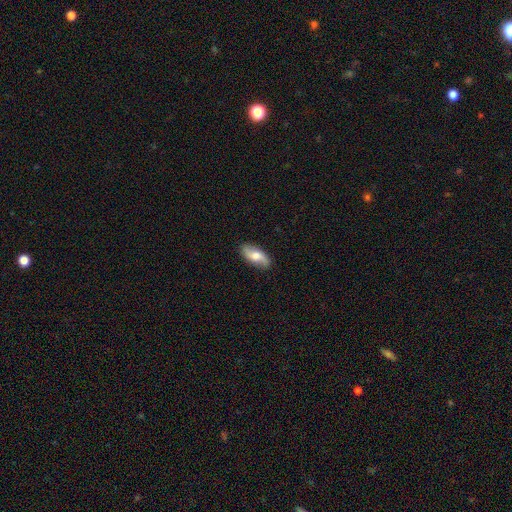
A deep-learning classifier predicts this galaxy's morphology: Q: Smooth or featured?
A: smooth (58%); runner-up: featured or disk (36%)
Q: How rounded?
A: in between (86%); runner-up: cigar-shaped (11%)
Q: Merging?
A: none (87%); runner-up: minor disturbance (10%)